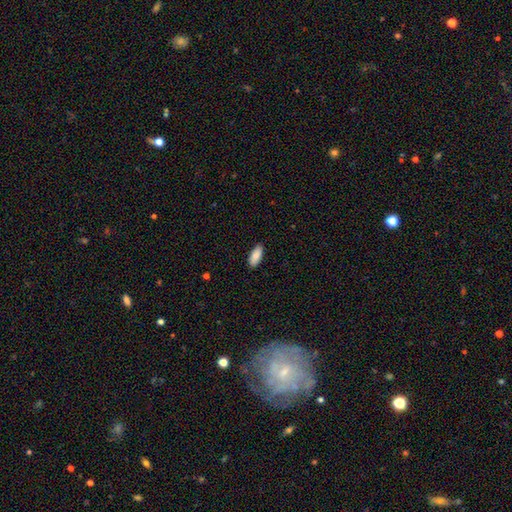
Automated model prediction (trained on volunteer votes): Q: Smooth or featured?
A: smooth (89%); runner-up: star or artifact (6%)
Q: How rounded?
A: in between (85%); runner-up: cigar-shaped (13%)
Q: Merging?
A: none (89%); runner-up: minor disturbance (8%)